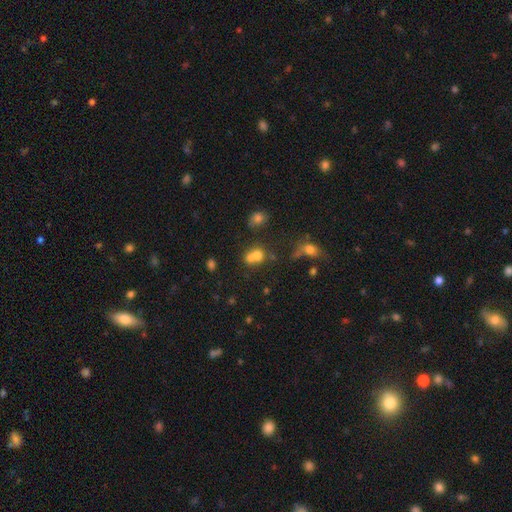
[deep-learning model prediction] Smooth or featured?
  - smooth: 69% *
  - featured or disk: 16%
  - star or artifact: 16%
How rounded?
  - round: 70% *
  - in between: 28%
  - cigar-shaped: 1%
Merging?
  - merger: 59% *
  - none: 29%
  - minor disturbance: 8%
  - major disturbance: 4%